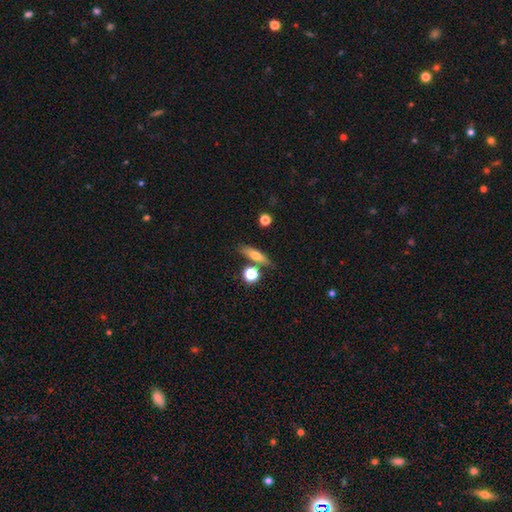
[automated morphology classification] smooth 63%, featured or disk 28%, star or artifact 9%. Down the decision tree: how rounded — cigar-shaped (55%); merging — none (73%).